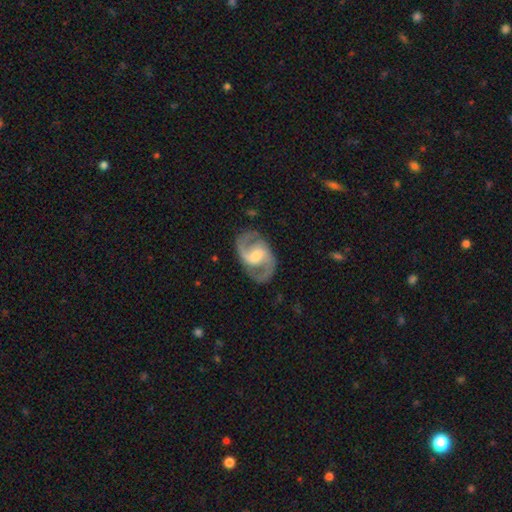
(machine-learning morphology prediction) Smooth or featured?
  - featured or disk: 89% *
  - smooth: 7%
  - star or artifact: 4%
Edge-on disk?
  - no: 98% *
  - yes: 2%
Bar?
  - weak: 51% *
  - no: 27%
  - strong: 22%
Spiral arms?
  - yes: 97% *
  - no: 3%
Spiral winding?
  - medium: 60% *
  - loose: 22%
  - tight: 18%
Spiral arm count?
  - 2: 93% *
  - can't tell: 2%
  - 3: 2%
  - 1: 1%
  - 4: 1%
  - more than 4: 1%
Bulge size?
  - moderate: 52% *
  - small: 29%
  - large: 12%
  - none: 6%
  - dominant: 1%
Merging?
  - none: 82% *
  - minor disturbance: 12%
  - major disturbance: 5%
  - merger: 1%